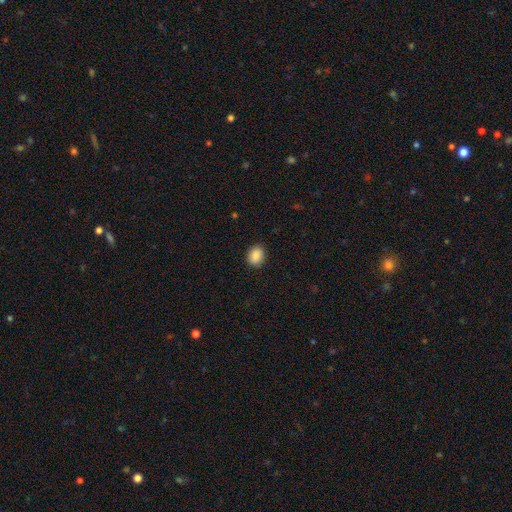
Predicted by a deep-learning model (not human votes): Morphology: type=smooth (89%); roundness=in between (60%); merging=none (87%).